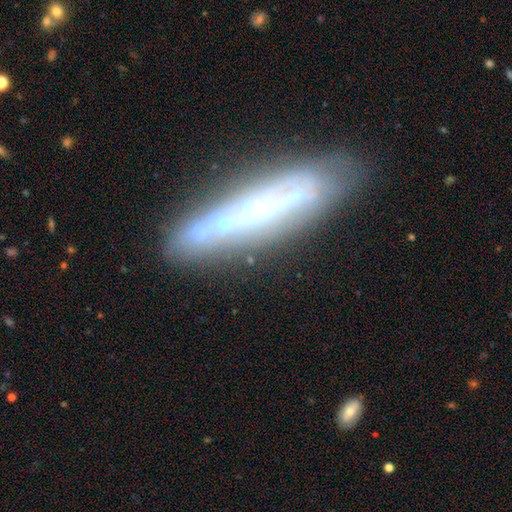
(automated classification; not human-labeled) Q: Smooth or featured?
A: featured or disk (63%); runner-up: smooth (27%)
Q: Edge-on disk?
A: yes (60%); runner-up: no (40%)
Q: Merging?
A: none (69%); runner-up: minor disturbance (18%)